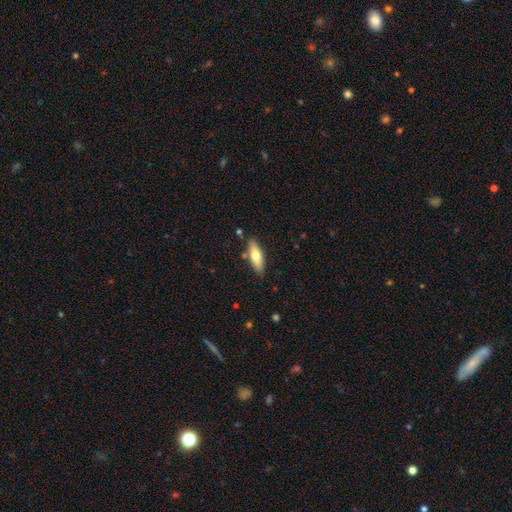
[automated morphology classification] This is likely a smooth galaxy (70%). How rounded: likely in between (62%). Merging: clearly none (83%).